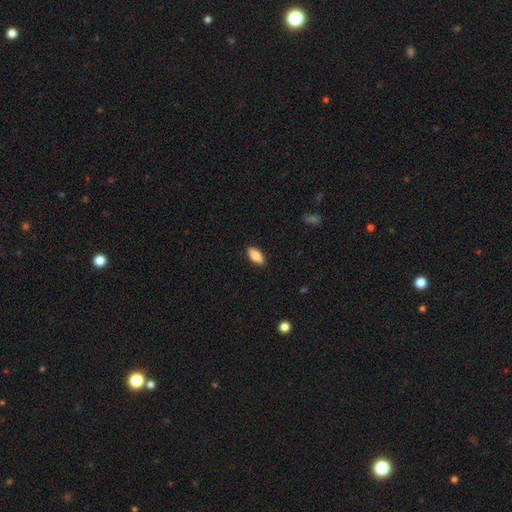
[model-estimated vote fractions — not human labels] smooth_or_featured: smooth (p=0.84) [alt: featured or disk p=0.10]
how_rounded: in between (p=0.82) [alt: cigar-shaped p=0.16]
merging: none (p=0.89) [alt: minor disturbance p=0.08]